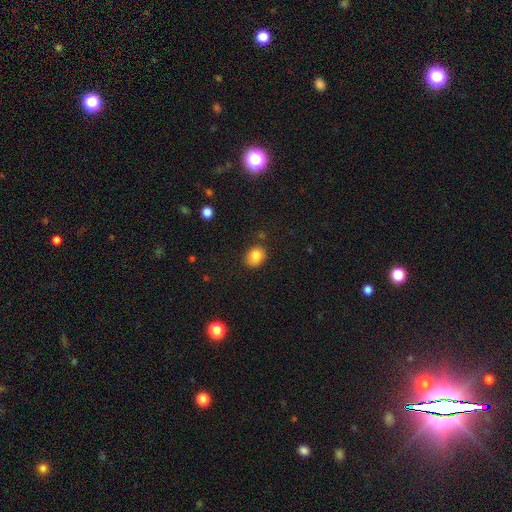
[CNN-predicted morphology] Overall: smooth (84%). How rounded: round (52%; in between 47%). Merging: none (82%).